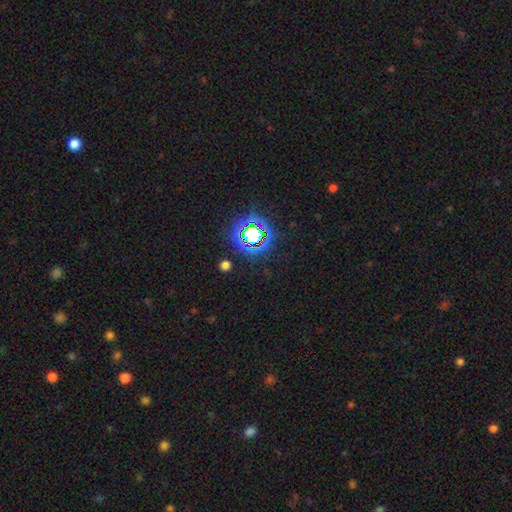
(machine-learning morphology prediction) Q: Smooth or featured?
A: star or artifact (78%); runner-up: smooth (15%)